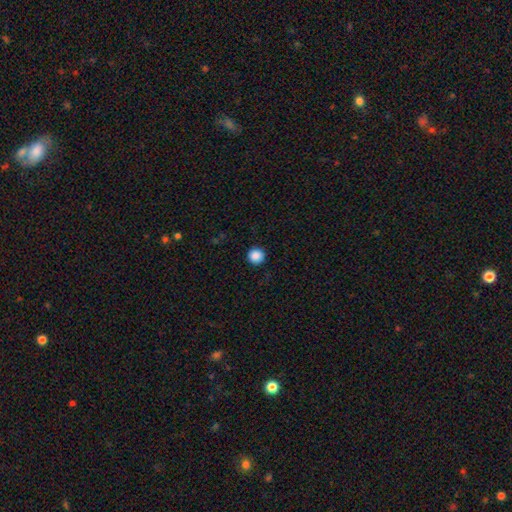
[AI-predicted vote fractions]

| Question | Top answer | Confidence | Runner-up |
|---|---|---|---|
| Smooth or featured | smooth | 88% | star or artifact (10%) |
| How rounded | round | 96% | in between (3%) |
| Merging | none | 92% | minor disturbance (5%) |